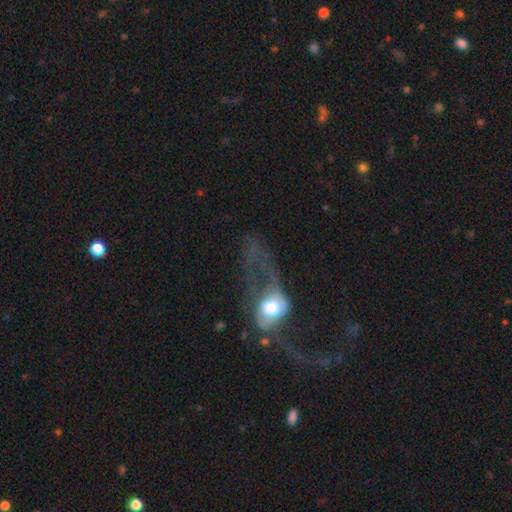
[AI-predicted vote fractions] This is possibly a featured or disk galaxy (60%). It is clearly not viewed edge-on (91%). Bar: likely no (70%). Spiral arm pattern: possibly yes (59%). Central bulge: possibly moderate (48%). Merging: likely major disturbance (62%).